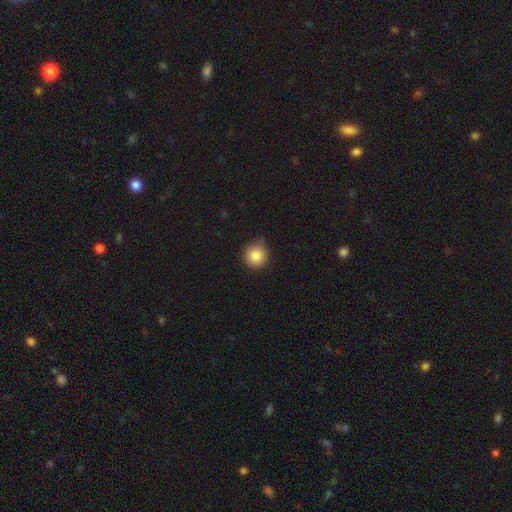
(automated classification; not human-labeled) Smooth or featured: smooth — 85% (star or artifact — 10%)
How rounded: round — 93% (in between — 6%)
Merging: none — 74% (minor disturbance — 21%)